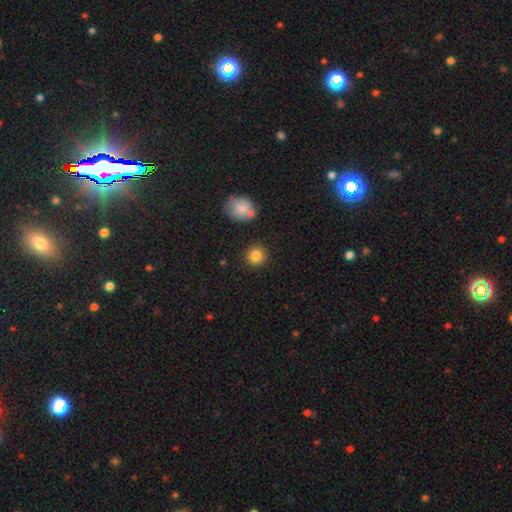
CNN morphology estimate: A smooth galaxy with no disk features (85%) that is round (91%).

Vote fractions:
- Smooth or featured? smooth: 85% / star or artifact: 10% / featured or disk: 5%
- How rounded? round: 91% / in between: 8% / cigar-shaped: 1%
- Merging? none: 87% / minor disturbance: 7% / merger: 3% / major disturbance: 2%